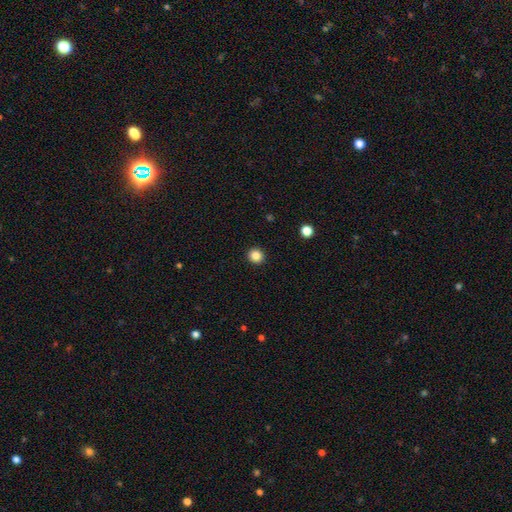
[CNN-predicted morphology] Smooth or featured? smooth (86%)
How rounded? round (91%)
Merging? none (93%)